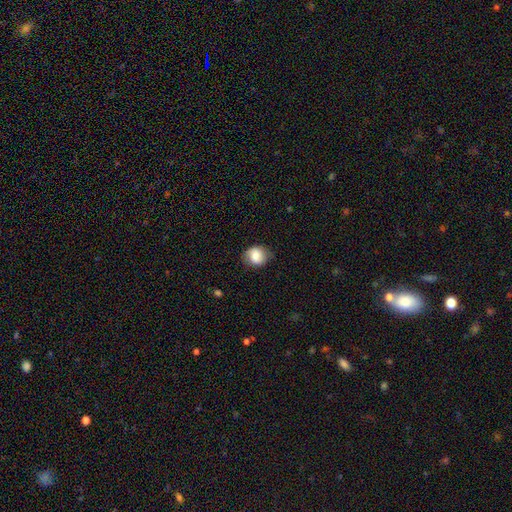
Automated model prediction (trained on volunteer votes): A smooth galaxy with no disk features (75%) that is round (61%). Merging: none (71%).